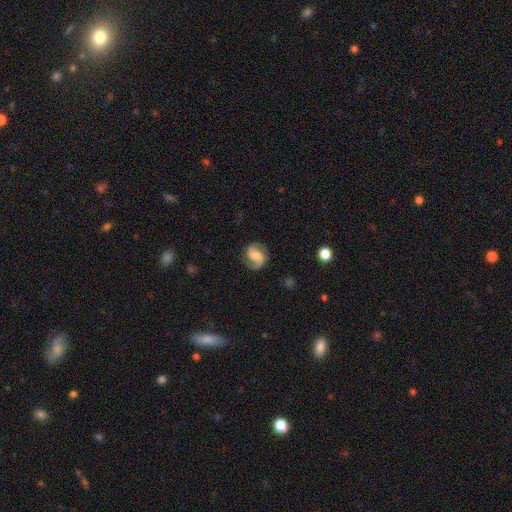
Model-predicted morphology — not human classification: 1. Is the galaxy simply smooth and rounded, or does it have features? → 73% featured or disk, 20% smooth, 7% star or artifact.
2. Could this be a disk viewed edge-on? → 98% no, 2% yes.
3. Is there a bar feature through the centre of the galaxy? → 45% weak, 39% no, 16% strong.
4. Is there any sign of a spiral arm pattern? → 95% yes, 5% no.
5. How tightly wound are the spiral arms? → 46% medium, 35% loose, 20% tight.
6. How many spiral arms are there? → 89% 2, 5% 1, 3% can't tell, 1% 3, 1% 4, 1% more than 4.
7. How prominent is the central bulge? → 39% moderate, 28% small, 15% none, 15% large, 3% dominant.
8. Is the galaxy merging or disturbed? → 80% none, 13% minor disturbance, 5% major disturbance, 1% merger.